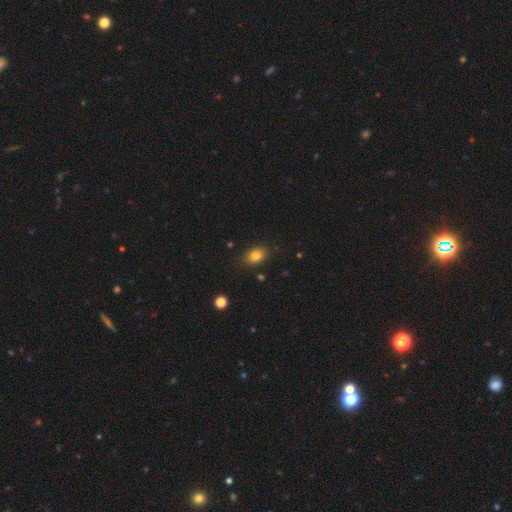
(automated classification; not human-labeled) This is clearly a smooth galaxy (81%). How rounded: likely in between (75%). Merging: clearly none (85%).